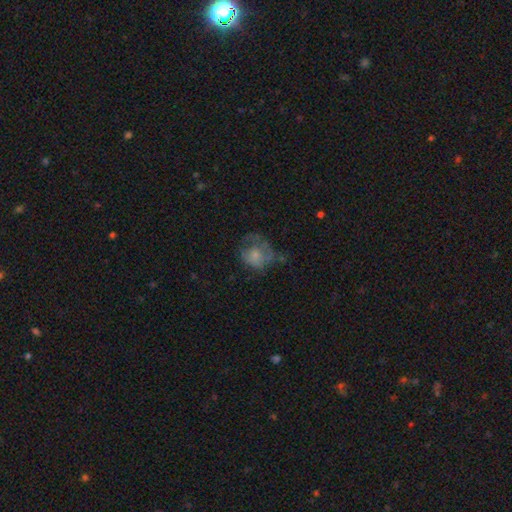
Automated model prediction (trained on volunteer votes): A smooth galaxy with no disk features (58%) that is round (68%).

Vote fractions:
- Smooth or featured? smooth: 58% / featured or disk: 32% / star or artifact: 10%
- How rounded? round: 68% / in between: 31% / cigar-shaped: 1%
- Merging? none: 36% / major disturbance: 35% / minor disturbance: 26% / merger: 3%